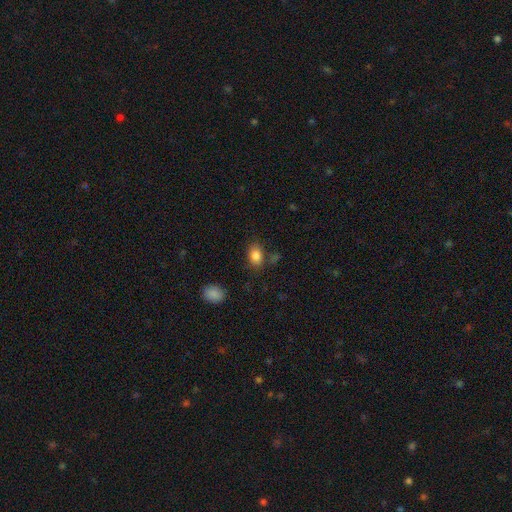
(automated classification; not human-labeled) Overall: smooth (85%). How rounded: in between (76%). Merging: none (77%).